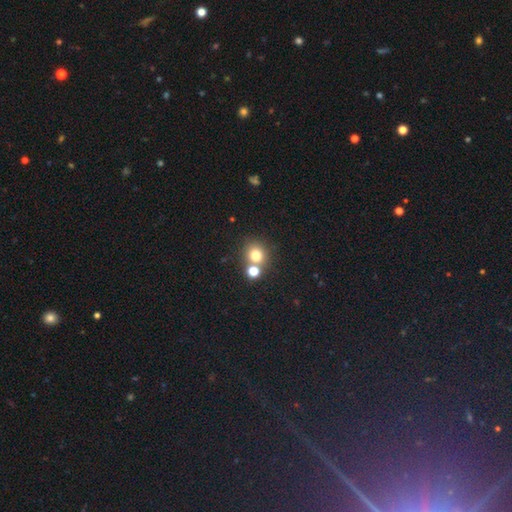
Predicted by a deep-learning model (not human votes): Smooth or featured? Predicted: smooth (p=0.77). How rounded? Predicted: round (p=0.85). Merging? Predicted: none (p=0.62).